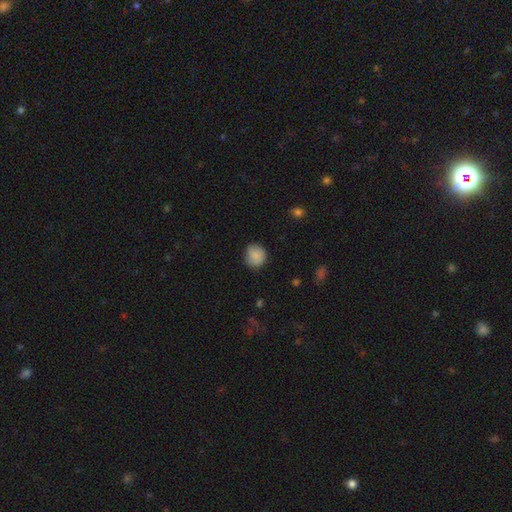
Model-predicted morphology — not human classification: A smooth galaxy with no disk features (85%) that is round (82%).

Vote fractions:
- Smooth or featured? smooth: 85% / star or artifact: 8% / featured or disk: 7%
- How rounded? round: 82% / in between: 17% / cigar-shaped: 1%
- Merging? none: 77% / minor disturbance: 18% / major disturbance: 4% / merger: 1%